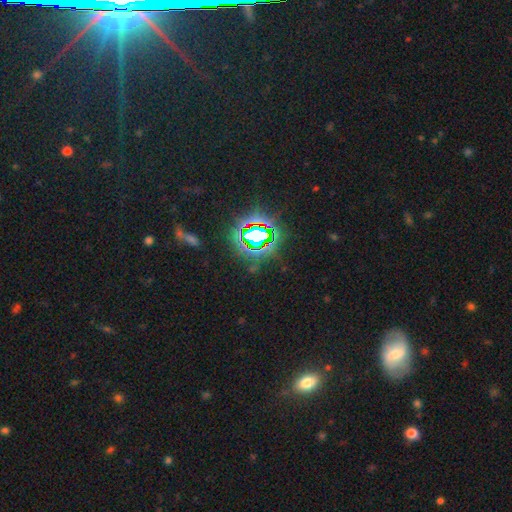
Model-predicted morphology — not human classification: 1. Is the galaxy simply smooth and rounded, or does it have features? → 75% star or artifact, 14% smooth, 11% featured or disk.